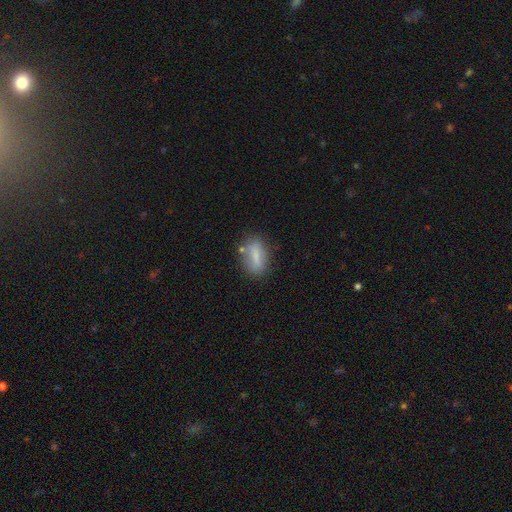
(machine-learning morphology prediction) smooth_or_featured: smooth (p=0.72) [alt: featured or disk p=0.20]
how_rounded: in between (p=0.74) [alt: cigar-shaped p=0.18]
merging: none (p=0.72) [alt: minor disturbance p=0.17]